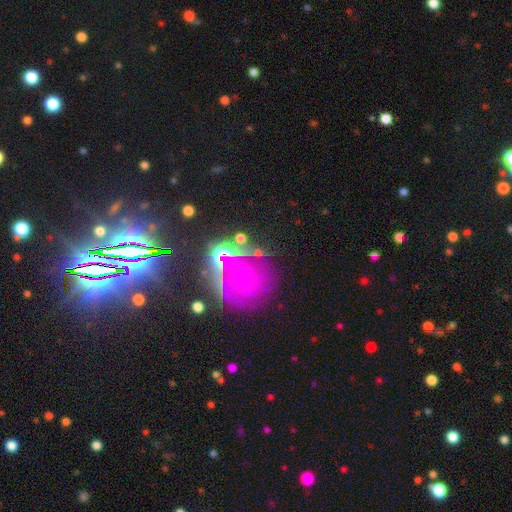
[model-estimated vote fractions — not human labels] Smooth or featured? Predicted: featured or disk (p=0.41). Merging? Predicted: none (p=0.59).